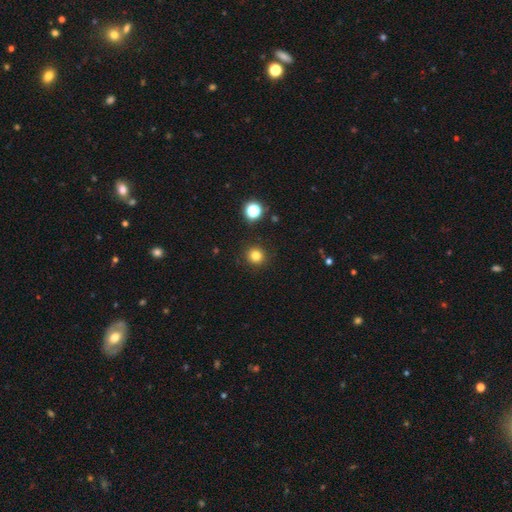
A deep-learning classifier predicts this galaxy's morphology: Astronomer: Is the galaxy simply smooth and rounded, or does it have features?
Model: smooth — 80%.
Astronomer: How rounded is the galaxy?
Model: round — 94%.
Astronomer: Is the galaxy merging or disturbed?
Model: none — 91%.